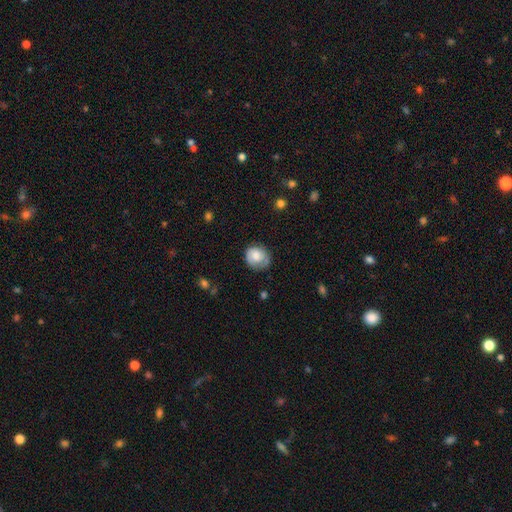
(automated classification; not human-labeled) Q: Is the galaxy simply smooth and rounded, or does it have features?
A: smooth — 74%.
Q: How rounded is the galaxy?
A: round — 71%.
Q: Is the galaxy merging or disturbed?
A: none — 63%.